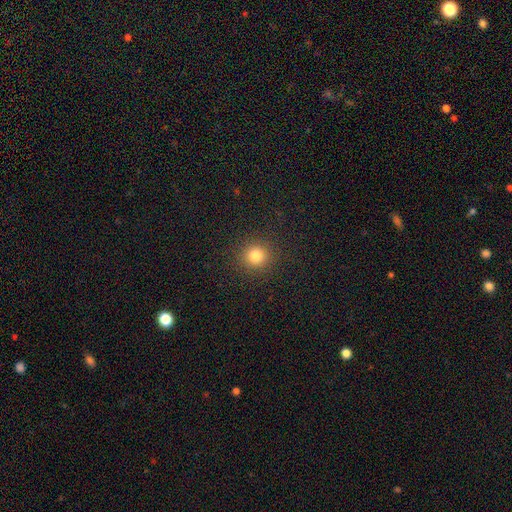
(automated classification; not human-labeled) This appears to be a smooth galaxy with no disk features (81%) that is round (92%). Merging: none (91%).